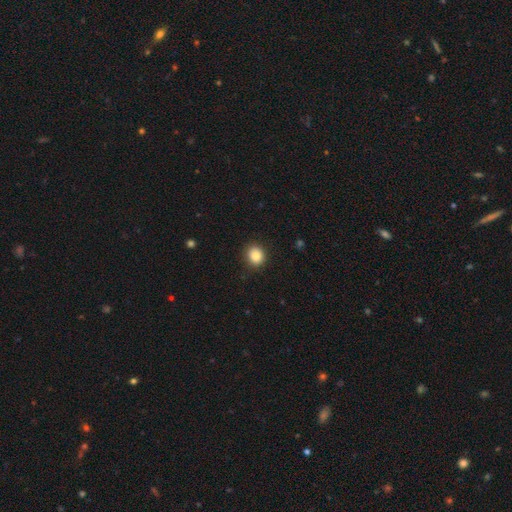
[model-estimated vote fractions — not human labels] Smooth or featured: smooth — 86% (star or artifact — 9%)
How rounded: round — 76% (in between — 23%)
Merging: none — 87% (minor disturbance — 9%)